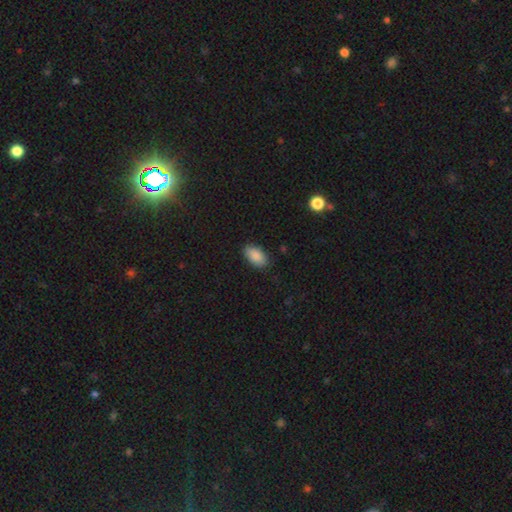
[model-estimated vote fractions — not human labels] A smooth galaxy with no disk features (89%) that is in between round and cigar-shaped (94%). Merging: none (87%).